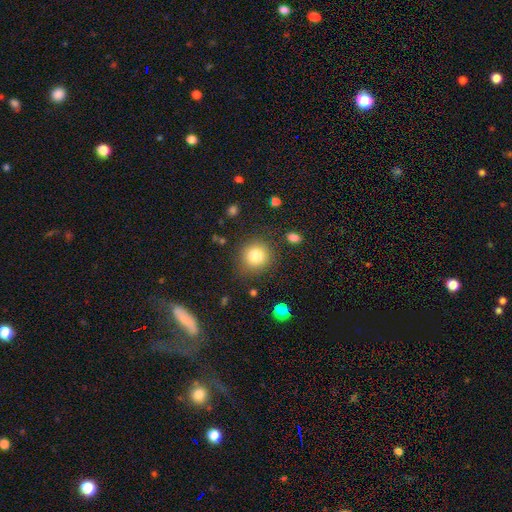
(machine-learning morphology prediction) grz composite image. It shows a smooth galaxy with no disk features (82%) that is round (88%). Merging: none (84%).